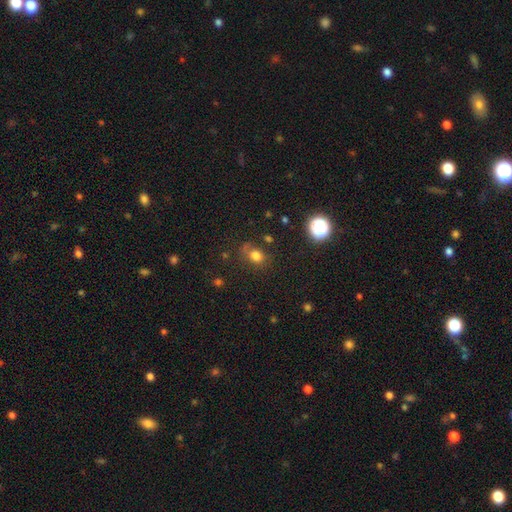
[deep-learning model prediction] Morphology: type=smooth (75%); roundness=round (53%); merging=none (65%).